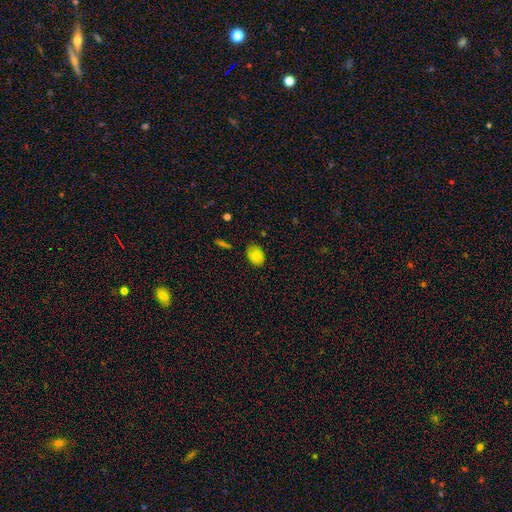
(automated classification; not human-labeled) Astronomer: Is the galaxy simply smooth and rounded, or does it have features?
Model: smooth — 82%.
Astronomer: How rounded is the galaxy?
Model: in between — 72%.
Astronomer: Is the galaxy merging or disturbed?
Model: none — 77%.